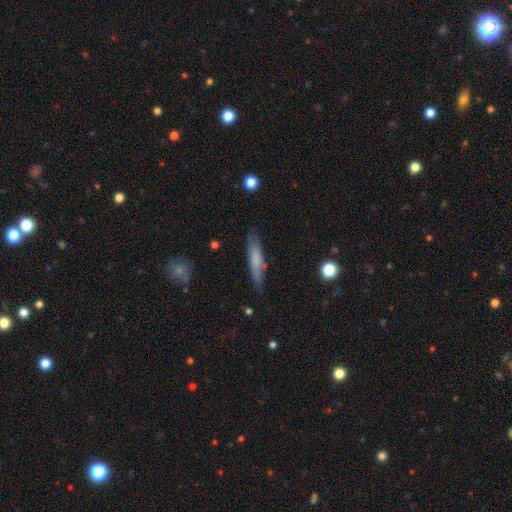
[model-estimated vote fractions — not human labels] smooth-or-featured: smooth: 60% | featured or disk: 32% | star or artifact: 8%
  how-rounded: cigar-shaped: 87% | in between: 11% | round: 2%
  merging: none: 80% | minor disturbance: 15% | major disturbance: 3% | merger: 2%